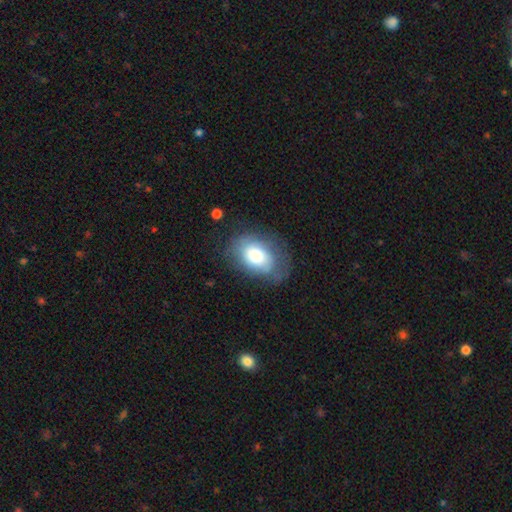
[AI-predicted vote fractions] Overall: smooth (68%). How rounded: in between (82%). Merging: none (66%).